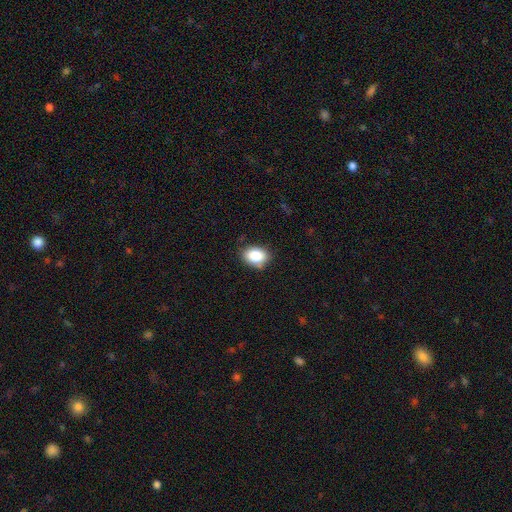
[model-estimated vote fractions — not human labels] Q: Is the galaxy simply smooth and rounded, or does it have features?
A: smooth — 86%.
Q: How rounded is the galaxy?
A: in between — 75%.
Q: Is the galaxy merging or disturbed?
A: none — 77%.